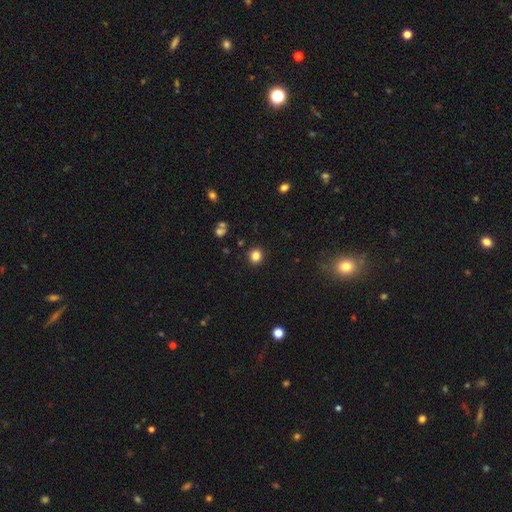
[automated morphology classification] smooth-or-featured: smooth: 82% | star or artifact: 13% | featured or disk: 5%
  how-rounded: round: 88% | in between: 11% | cigar-shaped: 1%
  merging: none: 91% | minor disturbance: 5% | major disturbance: 2% | merger: 2%